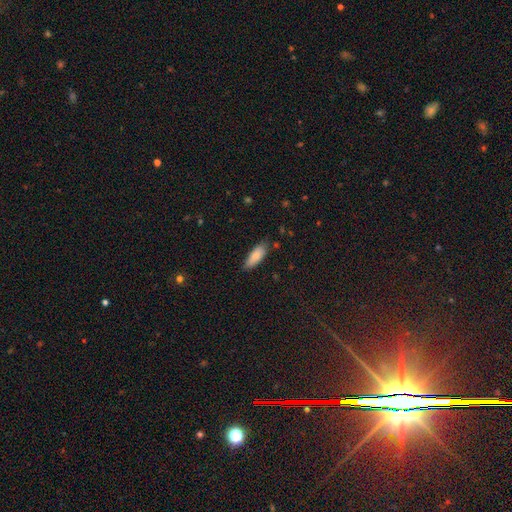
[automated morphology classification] smooth 84%, featured or disk 9%, star or artifact 7%. Down the decision tree: how rounded — in between (71%); merging — none (76%).